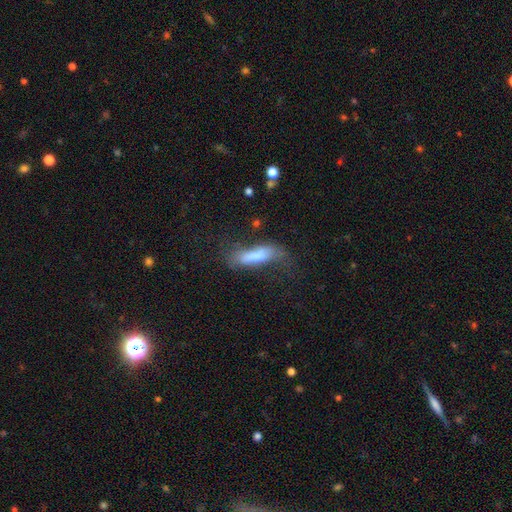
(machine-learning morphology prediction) smooth-or-featured: smooth: 65% | featured or disk: 25% | star or artifact: 10%
  how-rounded: cigar-shaped: 64% | in between: 34% | round: 2%
  merging: none: 42% | minor disturbance: 28% | major disturbance: 26% | merger: 5%